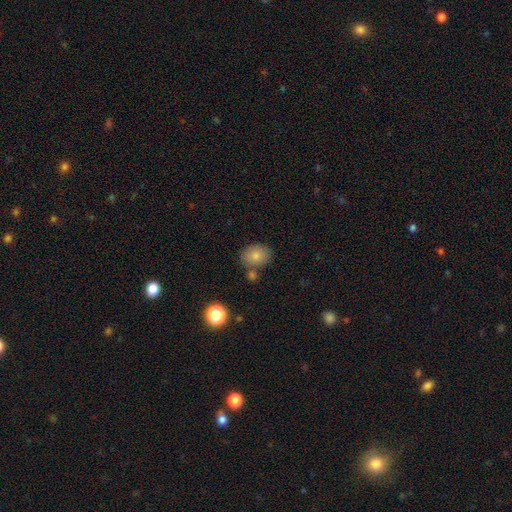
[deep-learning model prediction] Morphology: type=smooth (81%); roundness=in between (62%); merging=none (67%).